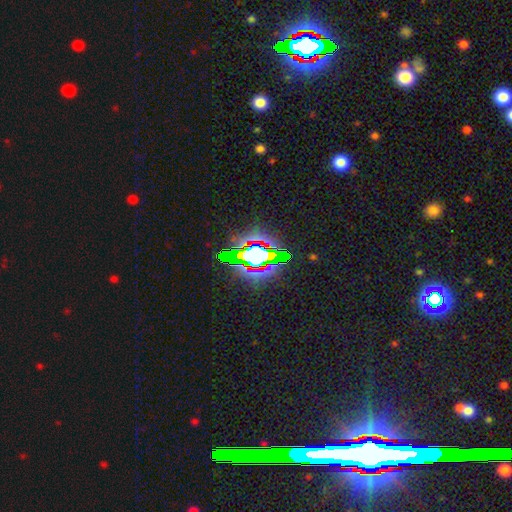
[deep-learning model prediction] Overall: star or artifact (66%).